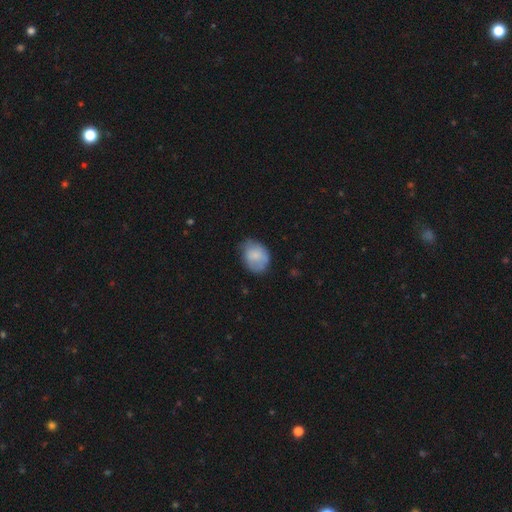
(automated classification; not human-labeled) A smooth galaxy with no disk features (81%) that is in between round and cigar-shaped (54%). Merging: none (63%).